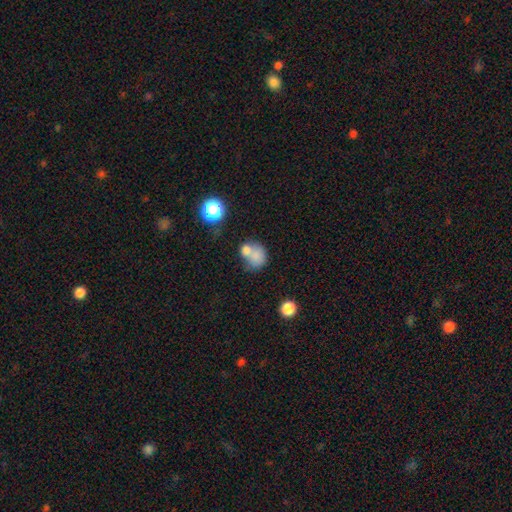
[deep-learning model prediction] smooth 72%, featured or disk 17%, star or artifact 11%. Down the decision tree: how rounded — round (64%); merging — merger (51%).